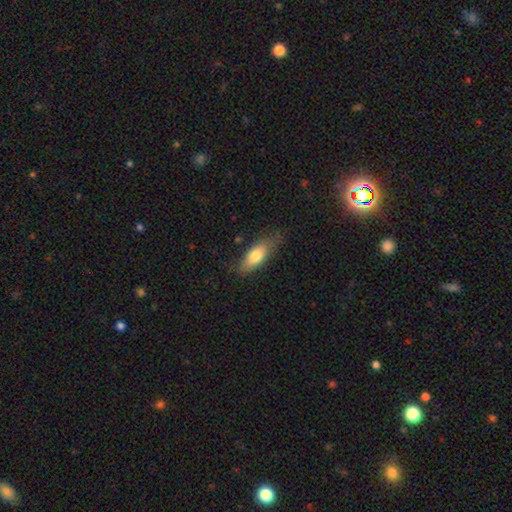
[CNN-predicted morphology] A smooth galaxy with no disk features (74%) that is in between round and cigar-shaped (71%). Merging: none (68%).